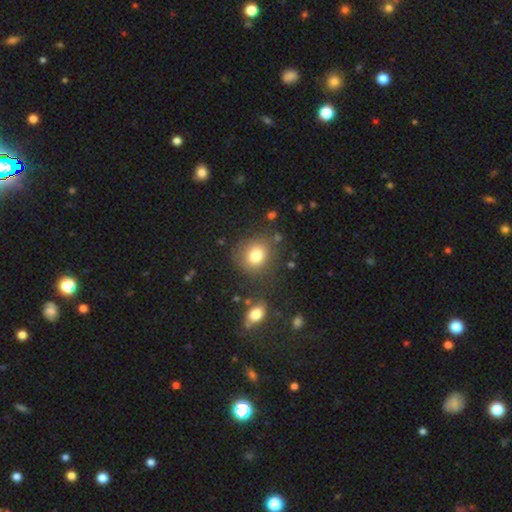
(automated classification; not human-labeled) Q: Smooth or featured?
A: smooth (81%); runner-up: star or artifact (11%)
Q: How rounded?
A: round (80%); runner-up: in between (19%)
Q: Merging?
A: none (79%); runner-up: minor disturbance (11%)